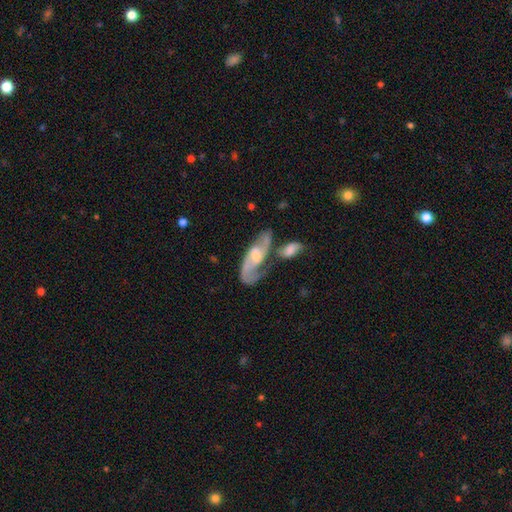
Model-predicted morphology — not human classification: Smooth or featured? Predicted: featured or disk (p=0.80). Edge-on disk? Predicted: no (p=0.91). Bar? Predicted: weak (p=0.45). Spiral arms? Predicted: yes (p=0.92). Spiral winding? Predicted: medium (p=0.45). Spiral arm count? Predicted: 2 (p=0.81). Bulge size? Predicted: moderate (p=0.48). Merging? Predicted: none (p=0.38).